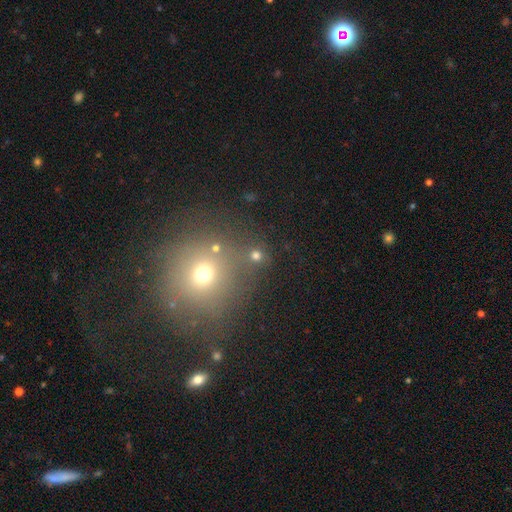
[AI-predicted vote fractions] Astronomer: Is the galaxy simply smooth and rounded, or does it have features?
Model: smooth — 61%.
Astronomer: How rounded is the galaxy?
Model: round — 86%.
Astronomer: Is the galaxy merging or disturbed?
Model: none — 73%.